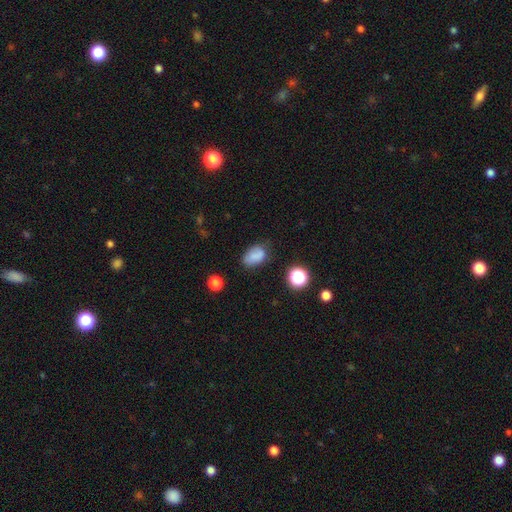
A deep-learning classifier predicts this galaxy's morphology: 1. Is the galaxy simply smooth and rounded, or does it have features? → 77% smooth, 12% star or artifact, 10% featured or disk.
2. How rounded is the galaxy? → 84% in between, 14% round, 2% cigar-shaped.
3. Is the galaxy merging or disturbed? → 64% none, 25% minor disturbance, 7% major disturbance, 4% merger.